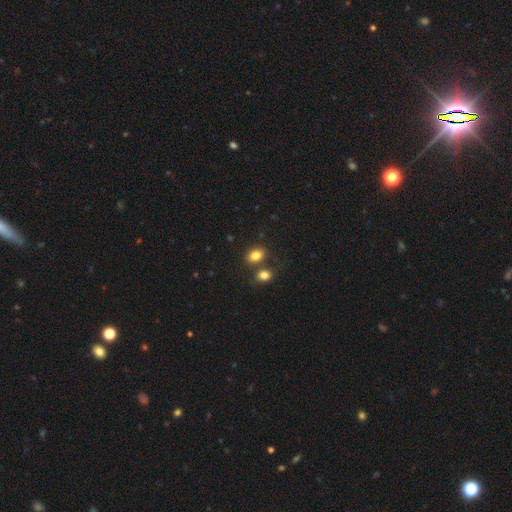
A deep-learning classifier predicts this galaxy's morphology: This is clearly a smooth galaxy (82%). How rounded: possibly in between (60%). Merging: likely none (64%).